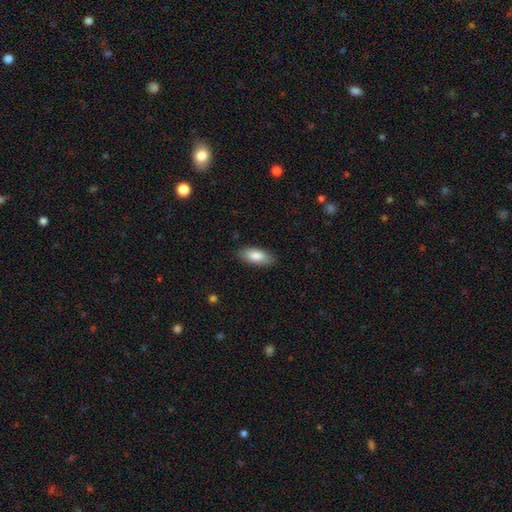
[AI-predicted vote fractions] smooth 86%, featured or disk 8%, star or artifact 6%. Down the decision tree: how rounded — in between (85%); merging — none (86%).